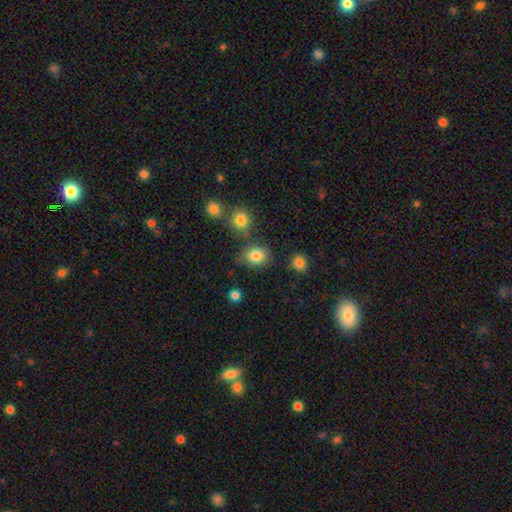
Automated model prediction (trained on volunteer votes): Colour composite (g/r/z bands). It shows a smooth galaxy with no disk features (83%) that is in between round and cigar-shaped (50%). Merging: none (70%).